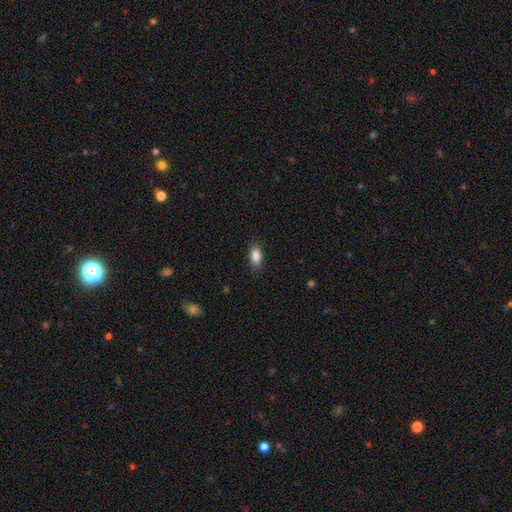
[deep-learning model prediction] Q: Smooth or featured?
A: smooth (88%); runner-up: star or artifact (8%)
Q: How rounded?
A: in between (89%); runner-up: cigar-shaped (7%)
Q: Merging?
A: none (86%); runner-up: minor disturbance (11%)